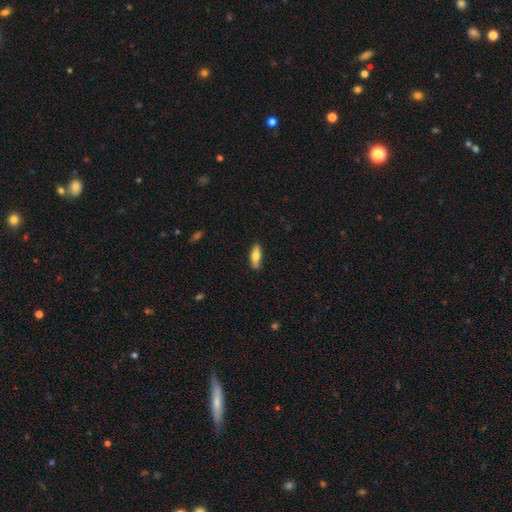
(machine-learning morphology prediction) This appears to be a smooth galaxy with no disk features (74%) that is in between round and cigar-shaped (65%). Merging: none (80%).